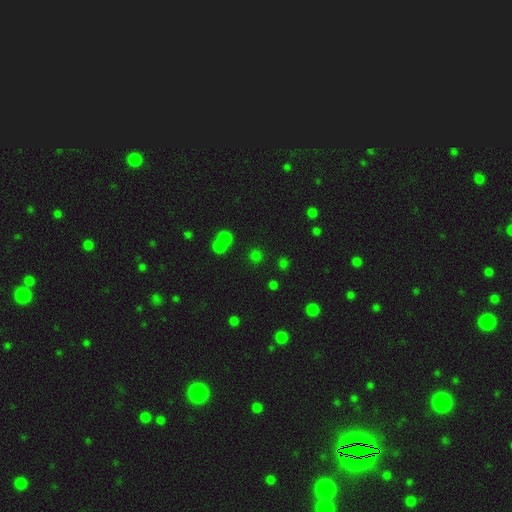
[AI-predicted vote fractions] smooth_or_featured: smooth (p=0.69) [alt: star or artifact p=0.25]
how_rounded: round (p=0.89) [alt: in between p=0.10]
merging: none (p=0.68) [alt: merger p=0.21]